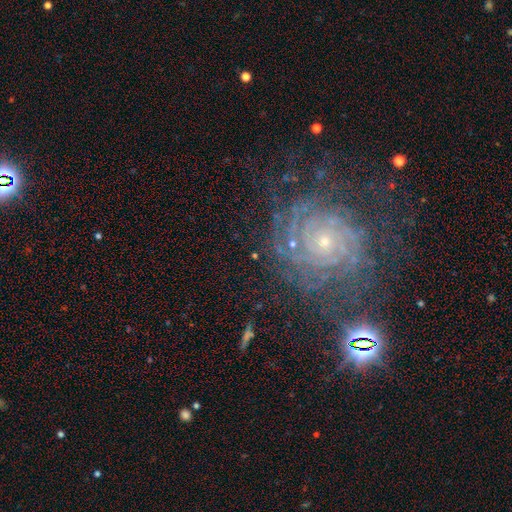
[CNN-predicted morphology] type=featured or disk (83%); edge-on=no (97%); bar=no (79%); spiral arms=yes (98%); winding=tight (82%); arm count=can't tell (22%); bulge=small (76%); merging=none (74%).